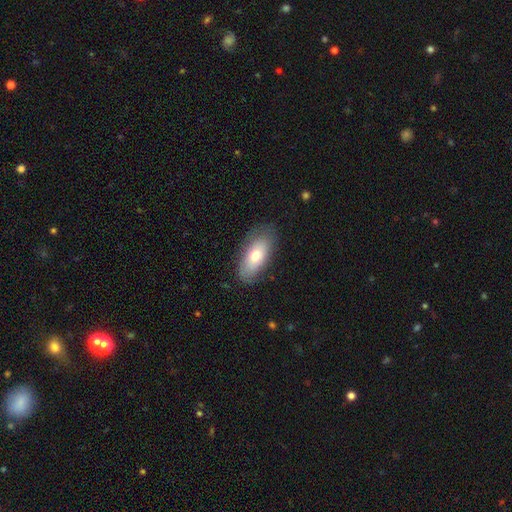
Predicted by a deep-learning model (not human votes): smooth_or_featured: smooth (p=0.65) [alt: featured or disk p=0.28]
how_rounded: in between (p=0.89) [alt: cigar-shaped p=0.07]
merging: none (p=0.79) [alt: minor disturbance p=0.16]